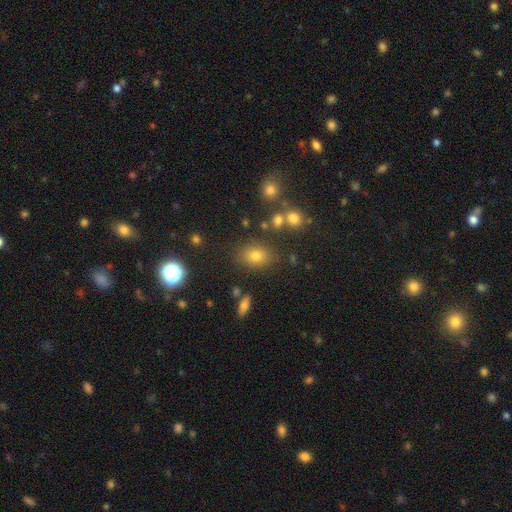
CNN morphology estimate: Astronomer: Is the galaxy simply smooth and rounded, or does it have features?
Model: smooth — 67%.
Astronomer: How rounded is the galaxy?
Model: in between — 60% (runner-up: round, 38%).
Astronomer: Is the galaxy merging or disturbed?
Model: none — 80%.